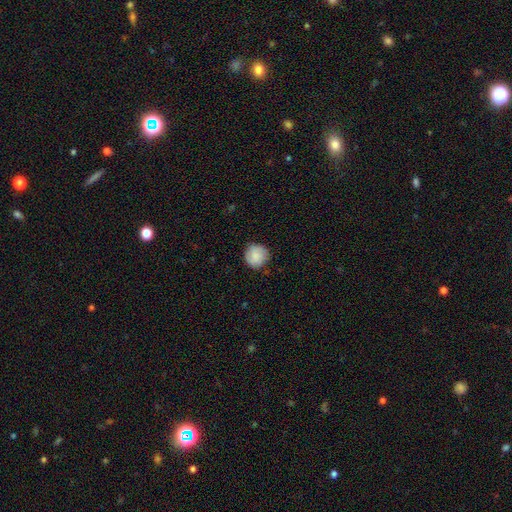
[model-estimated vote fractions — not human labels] This appears to be a smooth galaxy with no disk features (84%) that is round (92%). Merging: none (84%).